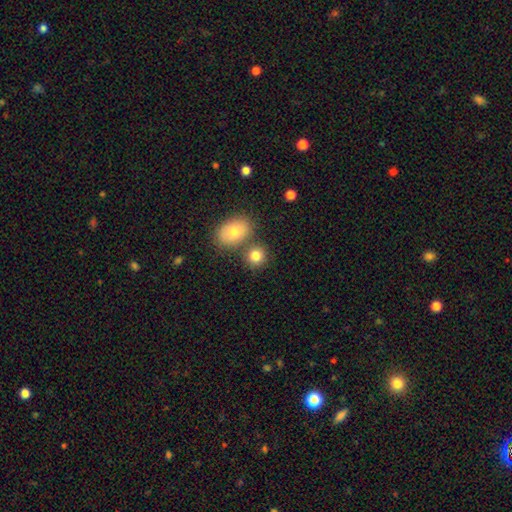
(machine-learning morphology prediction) Smooth or featured? smooth (81%)
How rounded? round (72%)
Merging? none (66%)